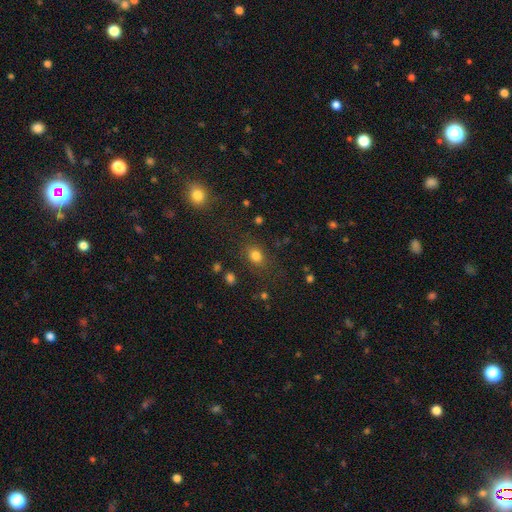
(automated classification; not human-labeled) smooth 79%, star or artifact 14%, featured or disk 7%. Down the decision tree: how rounded — in between (55%); merging — none (78%).